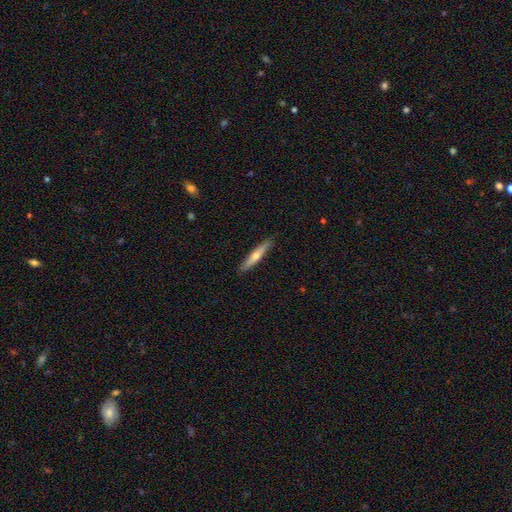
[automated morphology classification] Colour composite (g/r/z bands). It shows a featured or disk galaxy (50%) viewed edge-on (93%). Merging: none (90%).